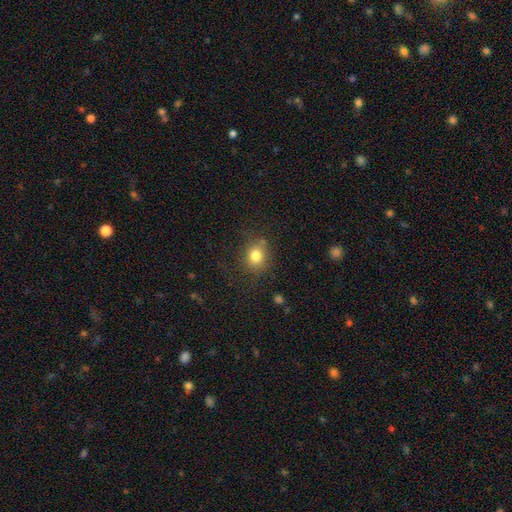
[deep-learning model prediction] Overall: smooth (80%). How rounded: round (72%). Merging: none (75%).